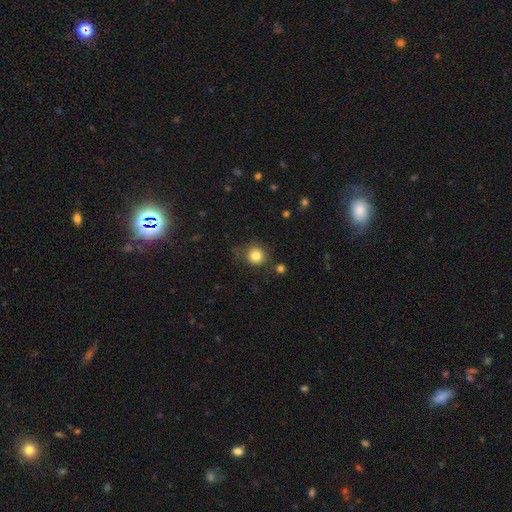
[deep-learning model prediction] smooth-or-featured: smooth: 82% | star or artifact: 12% | featured or disk: 6%
  how-rounded: round: 92% | in between: 8% | cigar-shaped: 1%
  merging: none: 78% | minor disturbance: 14% | major disturbance: 5% | merger: 4%